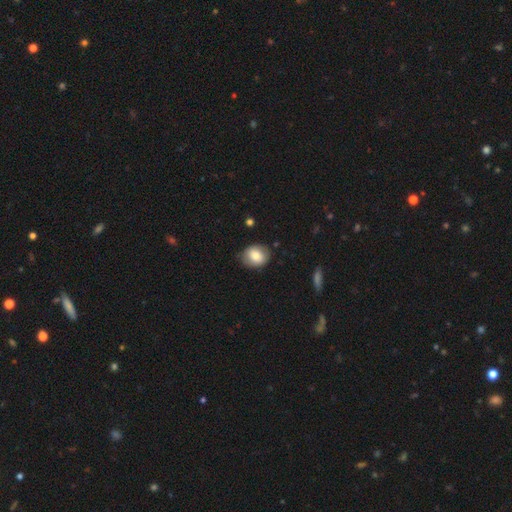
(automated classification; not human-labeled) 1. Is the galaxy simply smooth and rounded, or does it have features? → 76% smooth, 16% featured or disk, 8% star or artifact.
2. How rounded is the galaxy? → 63% round, 36% in between, 1% cigar-shaped.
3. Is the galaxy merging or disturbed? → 78% none, 17% minor disturbance, 3% major disturbance, 2% merger.